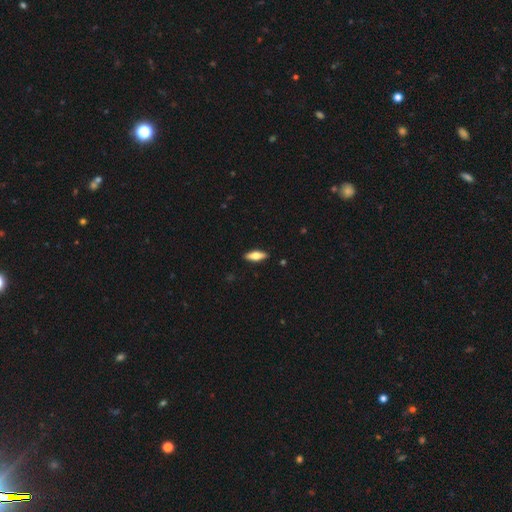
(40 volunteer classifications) This is possibly a smooth galaxy (50%). How rounded: possibly in between (50%). Merging: clearly none (89%).